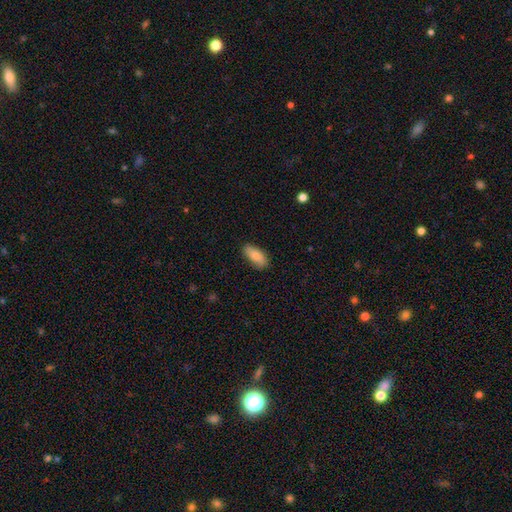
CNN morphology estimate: smooth_or_featured: smooth (p=0.84) [alt: featured or disk p=0.09]
how_rounded: in between (p=0.86) [alt: cigar-shaped p=0.12]
merging: none (p=0.85) [alt: minor disturbance p=0.11]